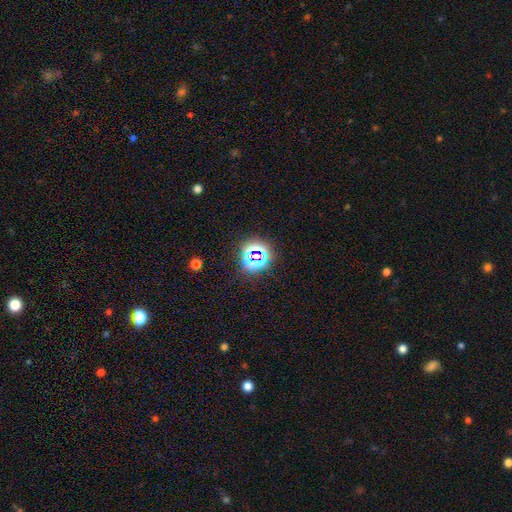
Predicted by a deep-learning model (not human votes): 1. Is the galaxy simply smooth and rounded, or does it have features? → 70% star or artifact, 21% smooth, 9% featured or disk.